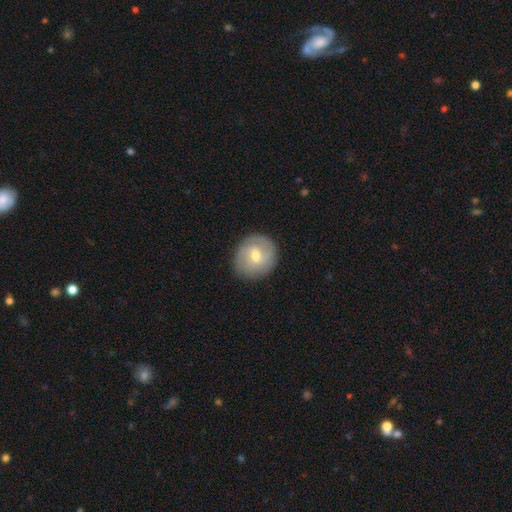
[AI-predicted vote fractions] Q: Smooth or featured?
A: featured or disk (52%); runner-up: smooth (41%)
Q: Edge-on disk?
A: no (96%); runner-up: yes (4%)
Q: Bar?
A: weak (52%); runner-up: no (38%)
Q: Spiral arms?
A: yes (76%); runner-up: no (24%)
Q: Bulge size?
A: moderate (64%); runner-up: small (31%)
Q: Merging?
A: none (84%); runner-up: minor disturbance (12%)